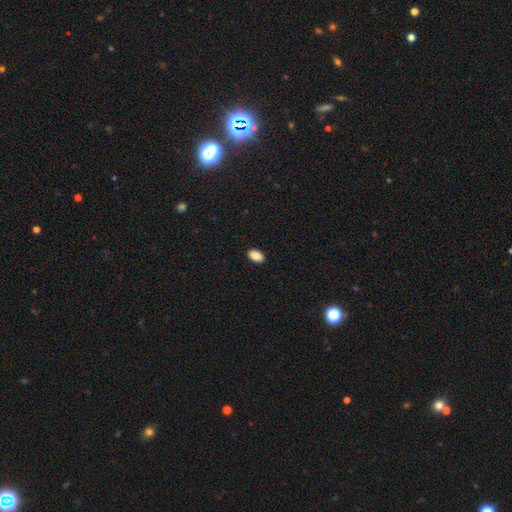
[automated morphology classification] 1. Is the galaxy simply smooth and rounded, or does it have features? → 89% smooth, 8% star or artifact, 3% featured or disk.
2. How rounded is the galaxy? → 91% in between, 7% round, 2% cigar-shaped.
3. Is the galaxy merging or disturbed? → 90% none, 7% minor disturbance, 2% major disturbance, 1% merger.